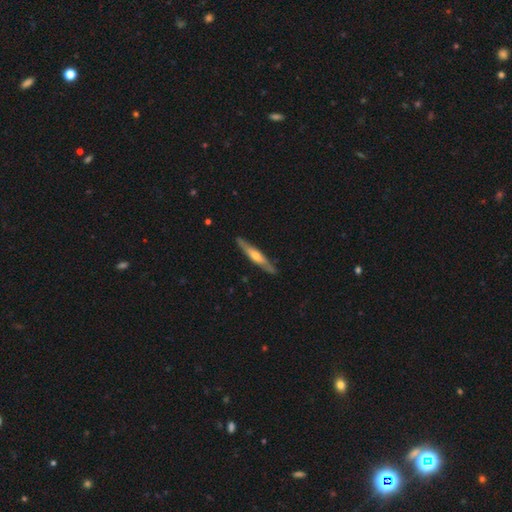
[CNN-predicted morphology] The model was most divided on "smooth or featured": featured or disk: 59%, smooth: 36%, star or artifact: 5%. More confident: edge-on disk — yes (91%); merging — none (87%); edge-on bulge — rounded (73%).